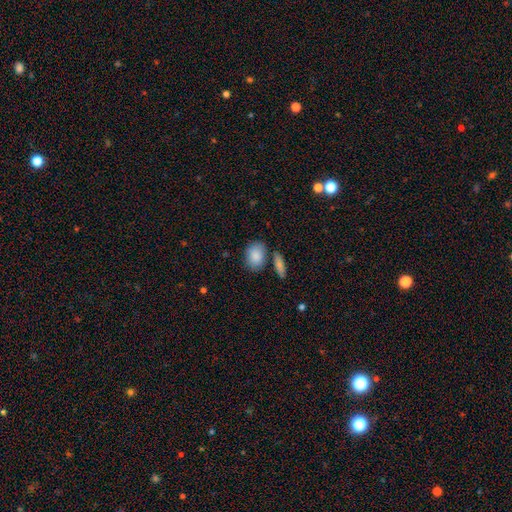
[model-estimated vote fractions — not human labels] Morphology: type=smooth (86%); roundness=in between (74%); merging=none (66%).